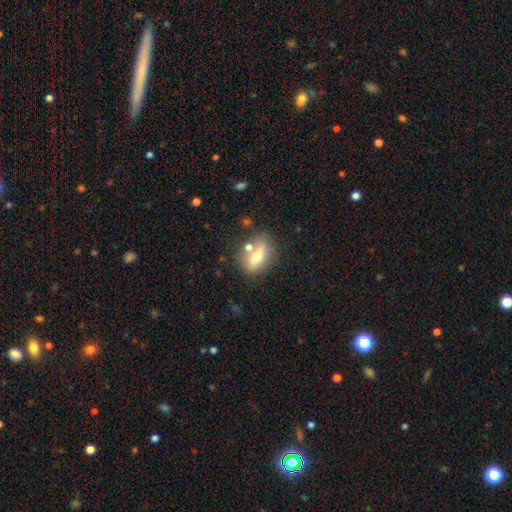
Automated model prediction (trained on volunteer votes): Overall: smooth (51%; featured or disk 40%). How rounded: in between (66%). Merging: none (64%).